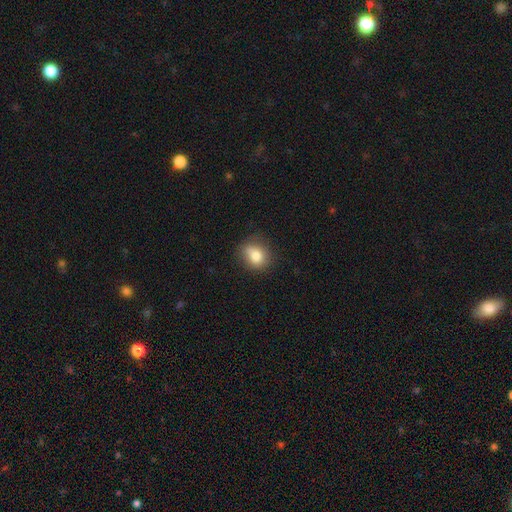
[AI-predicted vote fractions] smooth_or_featured: smooth (p=0.80) [alt: star or artifact p=0.10]
how_rounded: round (p=0.62) [alt: in between p=0.37]
merging: none (p=0.68) [alt: minor disturbance p=0.23]